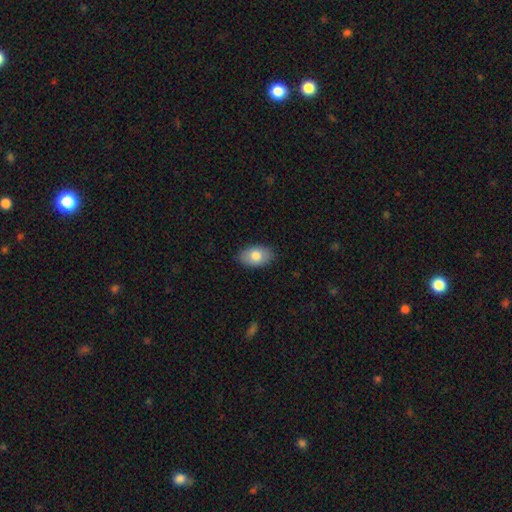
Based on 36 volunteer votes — Morphology: type=smooth (75%); roundness=in between (81%); merging=none (91%).